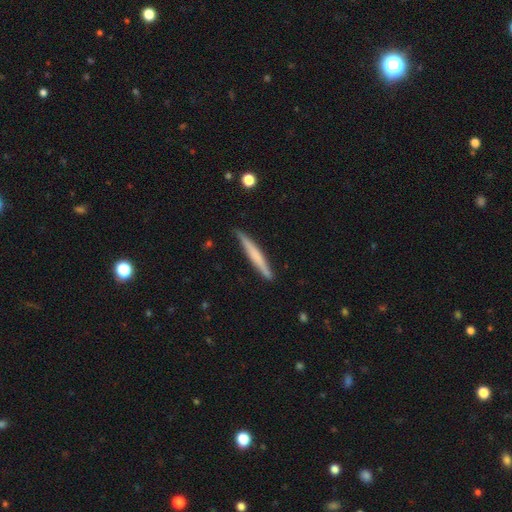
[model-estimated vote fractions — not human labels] smooth 54%, featured or disk 41%, star or artifact 6%. Down the decision tree: how rounded — cigar-shaped (96%); merging — none (88%).